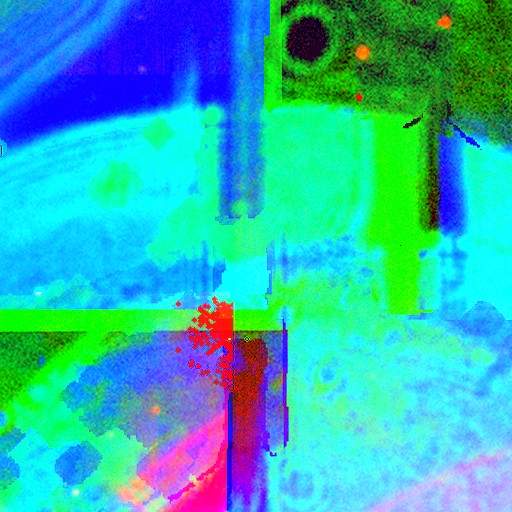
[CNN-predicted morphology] type=star or artifact (86%).